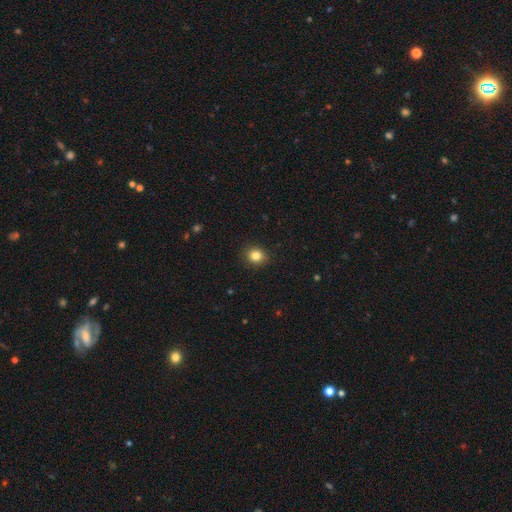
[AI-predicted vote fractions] A smooth galaxy with no disk features (84%) that is round (77%).

Vote fractions:
- Smooth or featured? smooth: 84% / star or artifact: 11% / featured or disk: 5%
- How rounded? round: 77% / in between: 22% / cigar-shaped: 1%
- Merging? none: 90% / minor disturbance: 7% / major disturbance: 2% / merger: 1%